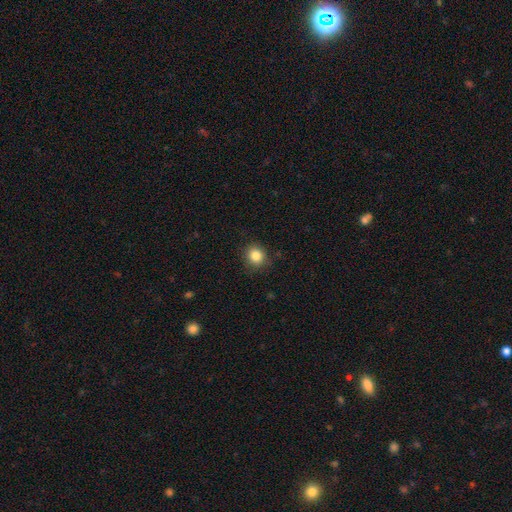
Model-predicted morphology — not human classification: type=smooth (85%); roundness=round (81%); merging=none (85%).